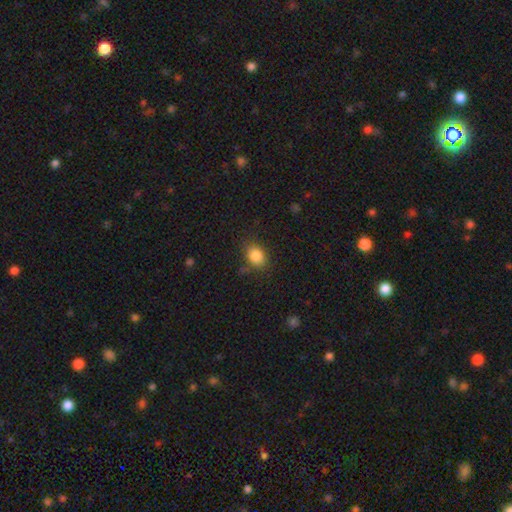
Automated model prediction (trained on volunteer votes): Smooth or featured: smooth — 84% (star or artifact — 10%)
How rounded: in between — 52% (round — 47%)
Merging: none — 77% (minor disturbance — 16%)